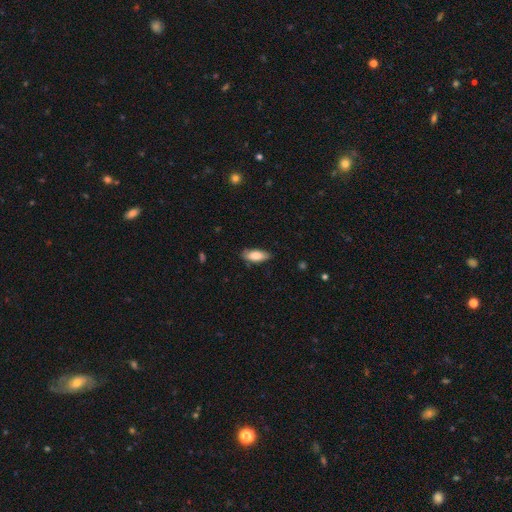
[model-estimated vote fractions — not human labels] Smooth or featured?
  - smooth: 83% *
  - featured or disk: 11%
  - star or artifact: 6%
How rounded?
  - in between: 79% *
  - cigar-shaped: 19%
  - round: 2%
Merging?
  - none: 81% *
  - minor disturbance: 16%
  - major disturbance: 3%
  - merger: 1%